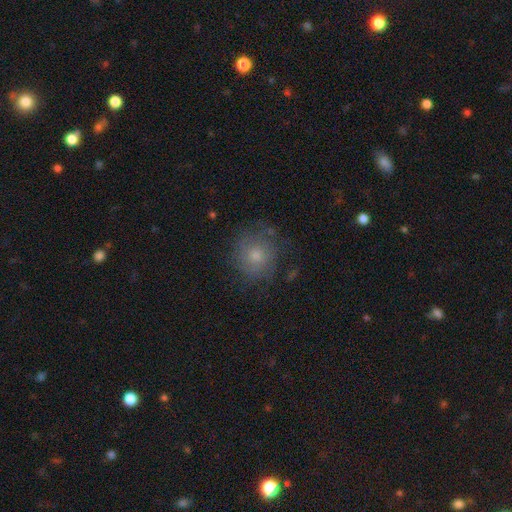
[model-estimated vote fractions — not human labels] Smooth or featured: smooth — 63% (featured or disk — 25%)
How rounded: round — 88% (in between — 11%)
Merging: none — 70% (minor disturbance — 19%)